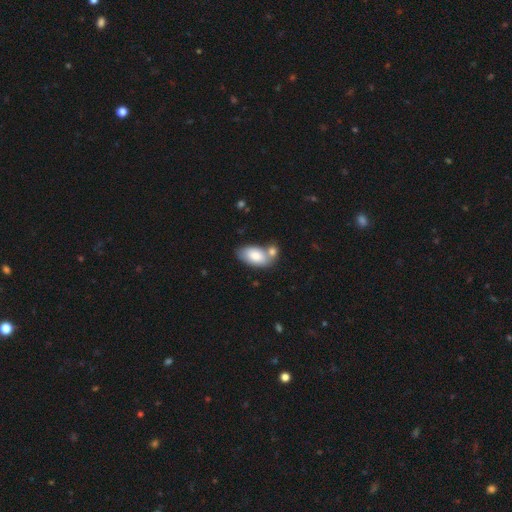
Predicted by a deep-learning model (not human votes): Q: Smooth or featured?
A: smooth (80%); runner-up: featured or disk (14%)
Q: How rounded?
A: in between (94%); runner-up: round (4%)
Q: Merging?
A: none (45%); runner-up: merger (35%)